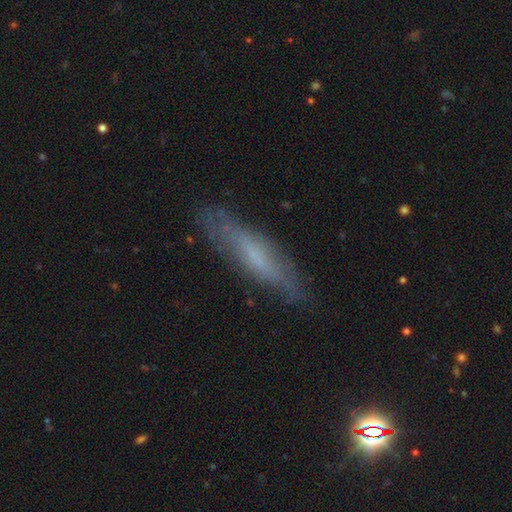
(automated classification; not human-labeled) Smooth or featured? Predicted: smooth (p=0.49). Merging? Predicted: none (p=0.78).